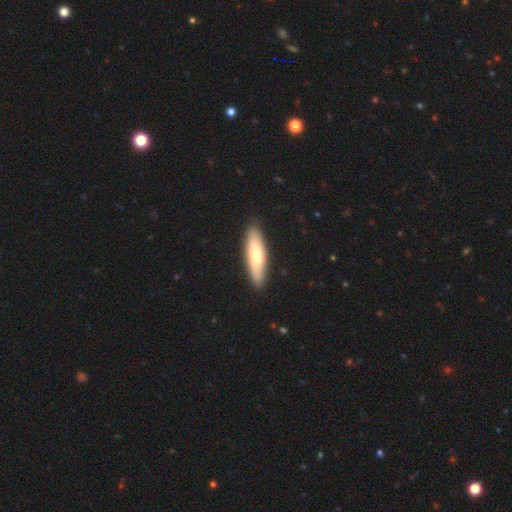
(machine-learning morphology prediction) smooth-or-featured: smooth: 65% | featured or disk: 30% | star or artifact: 5%
  how-rounded: cigar-shaped: 63% | in between: 35% | round: 2%
  merging: none: 89% | minor disturbance: 8% | major disturbance: 2% | merger: 1%